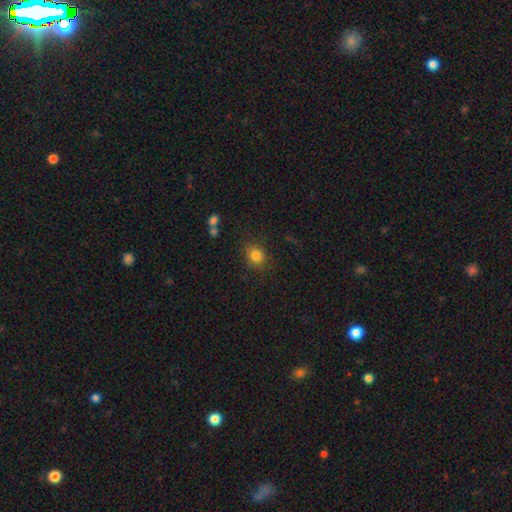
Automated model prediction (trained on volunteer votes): This is clearly a smooth galaxy (82%). How rounded: likely round (69%). Merging: likely none (78%).